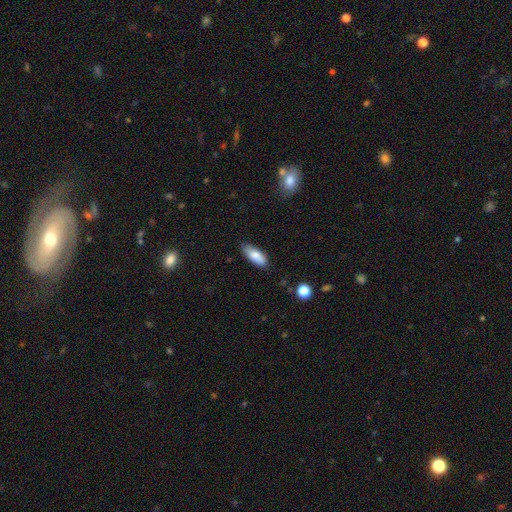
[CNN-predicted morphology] Smooth or featured?
  - smooth: 81% *
  - featured or disk: 12%
  - star or artifact: 7%
How rounded?
  - in between: 77% *
  - cigar-shaped: 21%
  - round: 2%
Merging?
  - none: 79% *
  - minor disturbance: 17%
  - major disturbance: 3%
  - merger: 2%